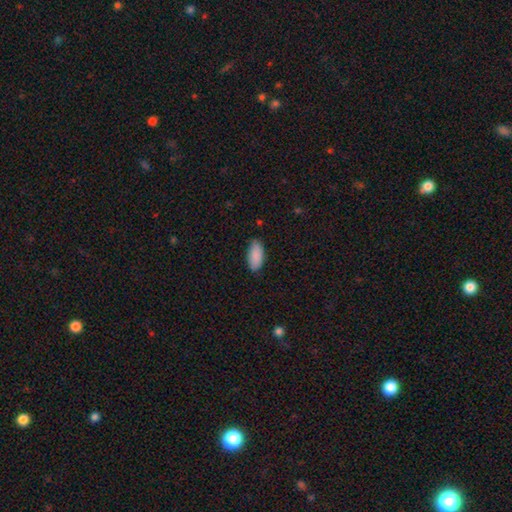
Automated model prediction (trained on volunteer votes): This is clearly a smooth galaxy (90%). How rounded: clearly in between (91%). Merging: clearly none (82%).